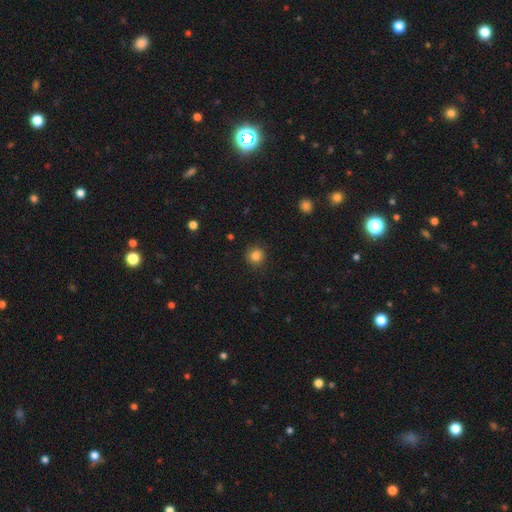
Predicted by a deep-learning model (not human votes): Smooth or featured: smooth — 84% (star or artifact — 11%)
How rounded: round — 93% (in between — 6%)
Merging: none — 90% (minor disturbance — 7%)